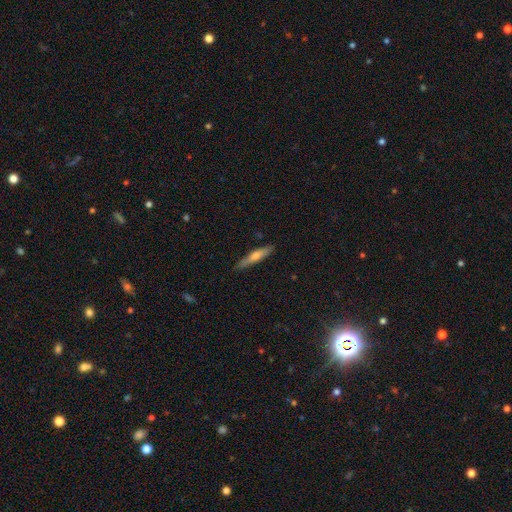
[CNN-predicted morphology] A smooth galaxy with no disk features (50%) that is cigar-shaped (89%). Merging: none (87%).